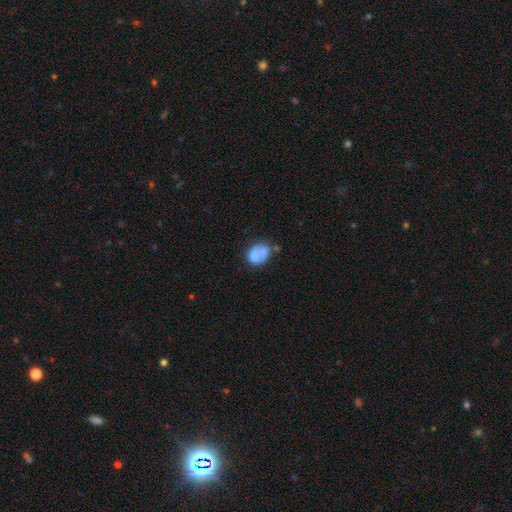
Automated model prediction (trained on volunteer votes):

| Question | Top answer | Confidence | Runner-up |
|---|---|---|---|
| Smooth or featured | smooth | 68% | featured or disk (23%) |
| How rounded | in between | 53% | round (46%) |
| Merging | none | 43% | minor disturbance (24%) |